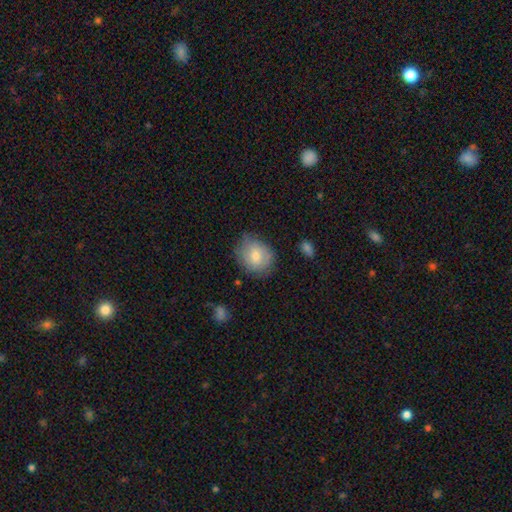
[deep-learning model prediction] Q: Smooth or featured?
A: smooth (75%); runner-up: featured or disk (18%)
Q: How rounded?
A: round (59%); runner-up: in between (41%)
Q: Merging?
A: none (72%); runner-up: minor disturbance (22%)